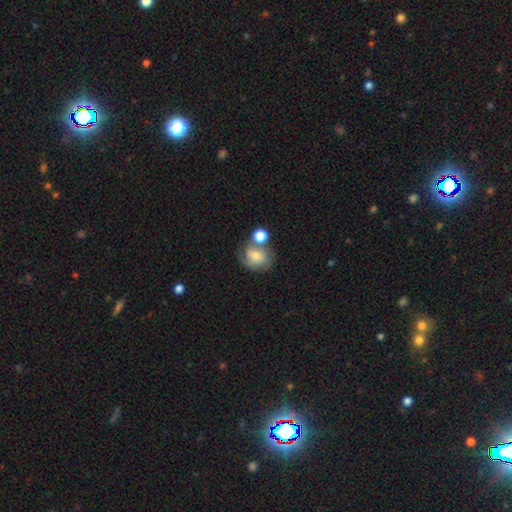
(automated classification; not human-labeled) Smooth or featured? featured or disk (47%)
Merging? none (45%)